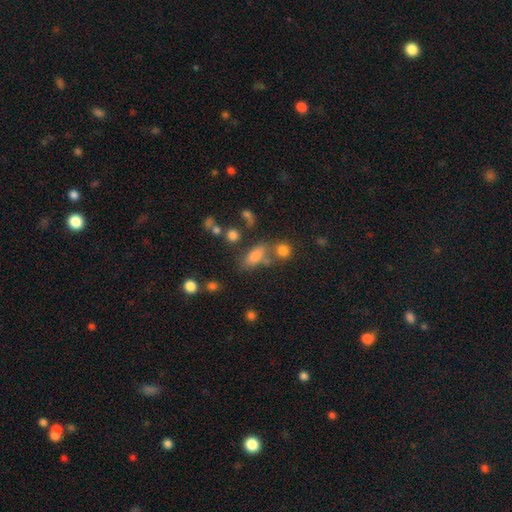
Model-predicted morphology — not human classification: A smooth galaxy with no disk features (72%) that is in between round and cigar-shaped (76%).

Vote fractions:
- Smooth or featured? smooth: 72% / star or artifact: 15% / featured or disk: 13%
- How rounded? in between: 76% / cigar-shaped: 14% / round: 10%
- Merging? none: 53% / merger: 24% / minor disturbance: 15% / major disturbance: 8%